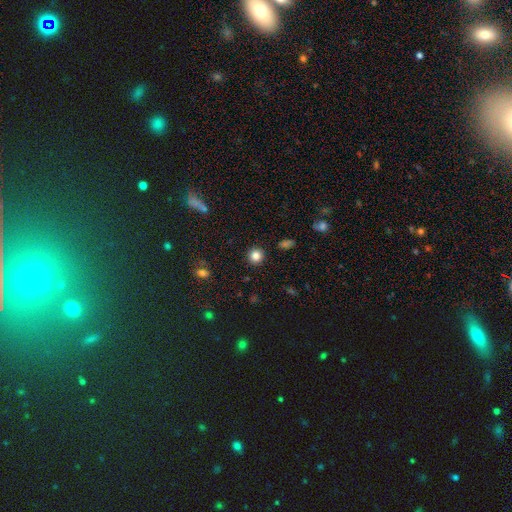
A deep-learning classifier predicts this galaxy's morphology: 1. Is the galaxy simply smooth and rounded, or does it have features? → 84% smooth, 11% star or artifact, 5% featured or disk.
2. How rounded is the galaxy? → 93% round, 6% in between, 1% cigar-shaped.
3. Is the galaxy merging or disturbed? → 92% none, 5% minor disturbance, 2% major disturbance, 1% merger.